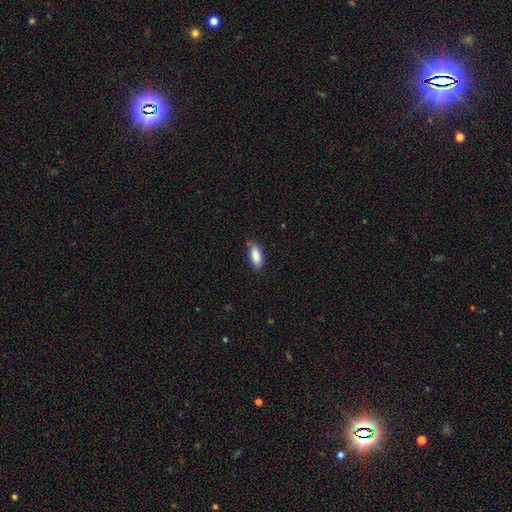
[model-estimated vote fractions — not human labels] Smooth or featured? smooth (87%)
How rounded? in between (82%)
Merging? none (78%)